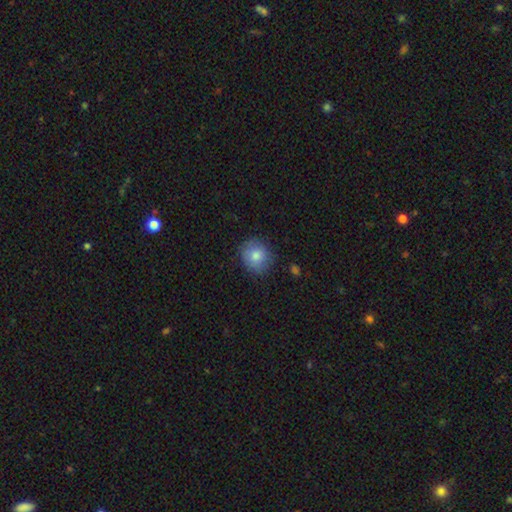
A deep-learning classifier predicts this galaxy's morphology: Smooth or featured? smooth (81%)
How rounded? round (82%)
Merging? none (80%)